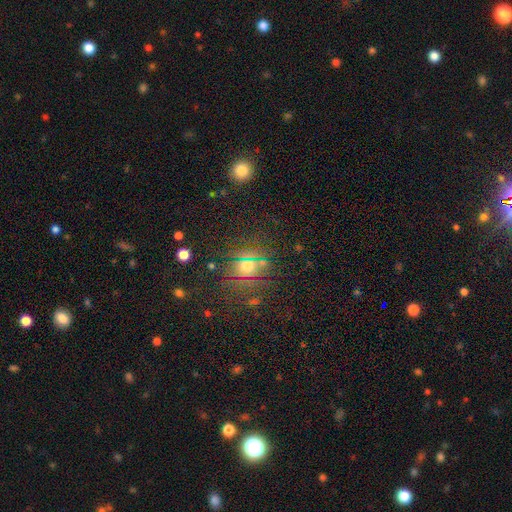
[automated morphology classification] The model was most divided on "smooth or featured": star or artifact: 46%, smooth: 37%, featured or disk: 17%.